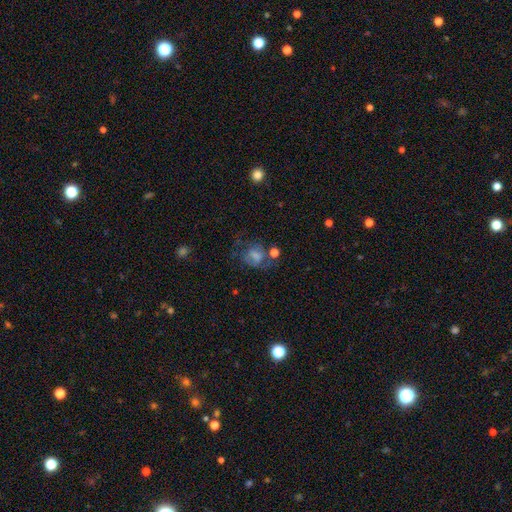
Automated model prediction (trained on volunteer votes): Smooth or featured: smooth — 56% (featured or disk — 31%)
How rounded: round — 55% (in between — 44%)
Merging: none — 38% (major disturbance — 25%)